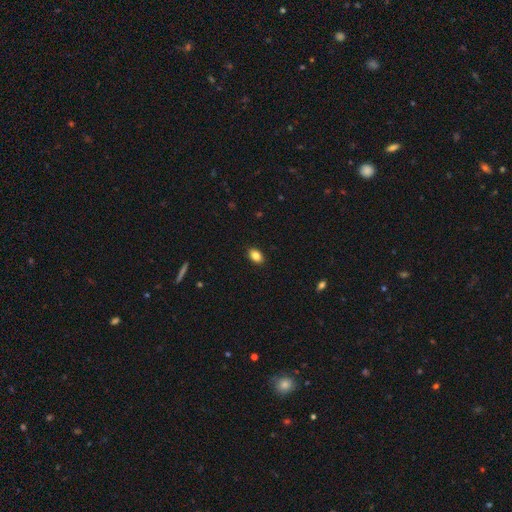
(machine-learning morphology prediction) smooth-or-featured: smooth: 85% | star or artifact: 9% | featured or disk: 6%
  how-rounded: in between: 83% | round: 15% | cigar-shaped: 1%
  merging: none: 90% | minor disturbance: 7% | major disturbance: 2% | merger: 1%